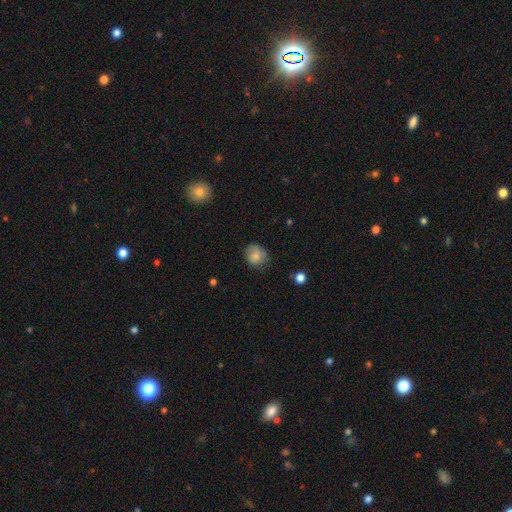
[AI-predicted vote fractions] Q: Smooth or featured?
A: smooth (81%); runner-up: featured or disk (10%)
Q: How rounded?
A: round (67%); runner-up: in between (32%)
Q: Merging?
A: none (65%); runner-up: minor disturbance (26%)